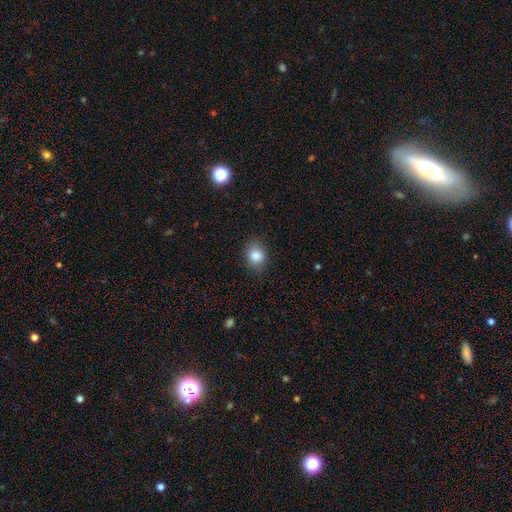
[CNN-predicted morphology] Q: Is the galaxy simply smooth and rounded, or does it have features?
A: smooth — 84%.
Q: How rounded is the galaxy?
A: in between — 52%.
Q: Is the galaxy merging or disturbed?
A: none — 83%.